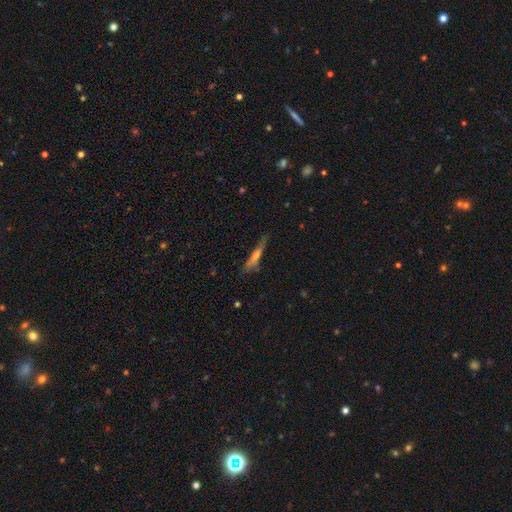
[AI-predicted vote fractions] Smooth or featured?
  - featured or disk: 59% *
  - smooth: 30%
  - star or artifact: 11%
Edge-on disk?
  - yes: 91% *
  - no: 9%
Edge-on bulge?
  - rounded: 68% *
  - none: 23%
  - boxy: 9%
Merging?
  - none: 75% *
  - minor disturbance: 17%
  - major disturbance: 5%
  - merger: 3%